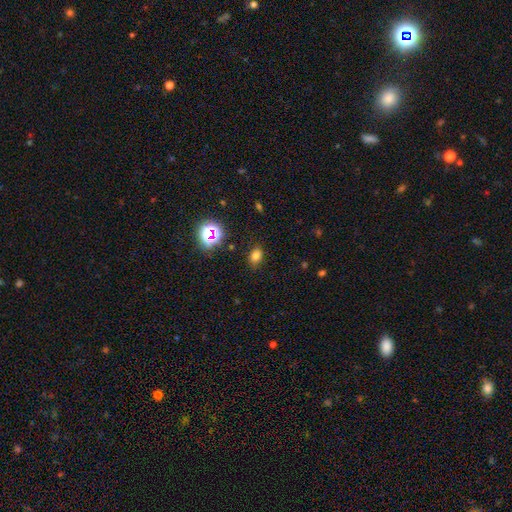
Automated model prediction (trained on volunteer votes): Q: Smooth or featured?
A: smooth (74%); runner-up: star or artifact (19%)
Q: How rounded?
A: in between (74%); runner-up: round (25%)
Q: Merging?
A: none (84%); runner-up: minor disturbance (11%)